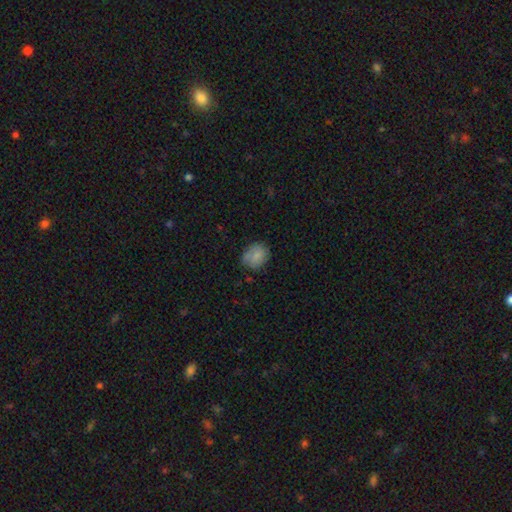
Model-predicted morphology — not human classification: Smooth or featured?
  - smooth: 78% *
  - featured or disk: 14%
  - star or artifact: 8%
How rounded?
  - round: 53% *
  - in between: 46%
  - cigar-shaped: 1%
Merging?
  - none: 67% *
  - minor disturbance: 25%
  - major disturbance: 6%
  - merger: 2%